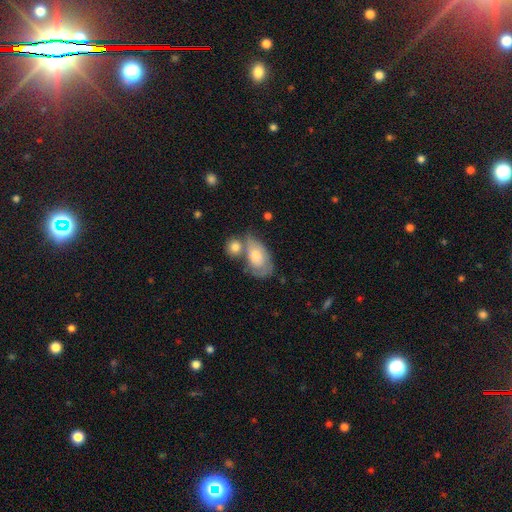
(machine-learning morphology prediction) This is possibly a smooth galaxy (51%). How rounded: clearly in between (86%). Merging: marginally merger (37%).